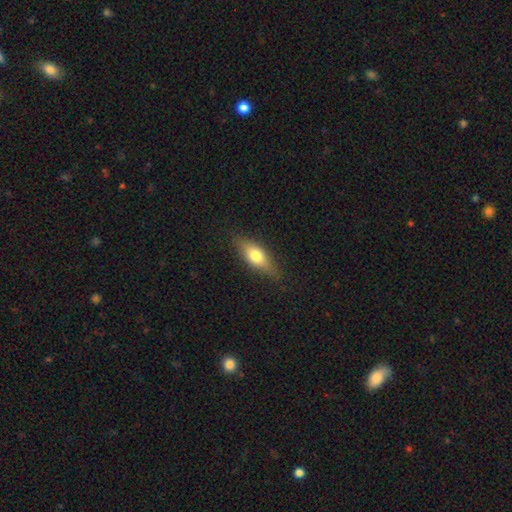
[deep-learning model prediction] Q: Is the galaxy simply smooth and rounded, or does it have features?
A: smooth — 67%.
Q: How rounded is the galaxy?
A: in between — 70%.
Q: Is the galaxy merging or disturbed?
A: none — 81%.